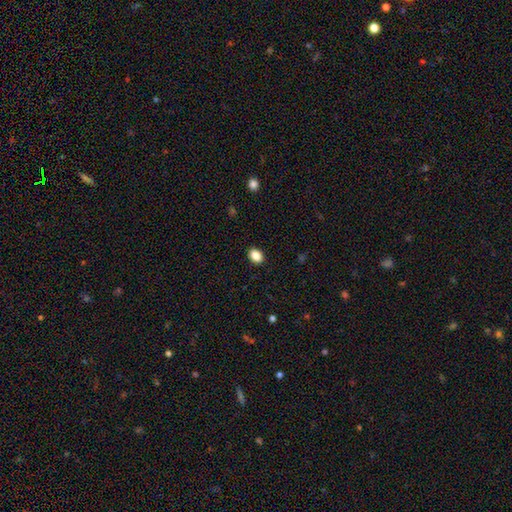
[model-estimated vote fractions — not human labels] smooth-or-featured: smooth: 88% | star or artifact: 9% | featured or disk: 3%
  how-rounded: in between: 71% | round: 28% | cigar-shaped: 1%
  merging: none: 90% | minor disturbance: 7% | major disturbance: 2% | merger: 1%